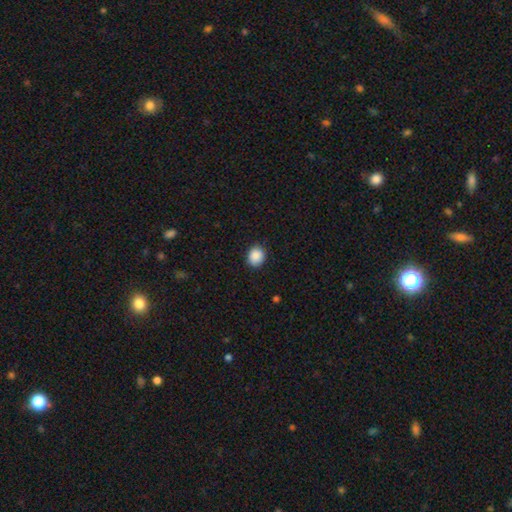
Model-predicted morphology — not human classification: Smooth or featured? smooth (89%)
How rounded? round (64%)
Merging? none (88%)